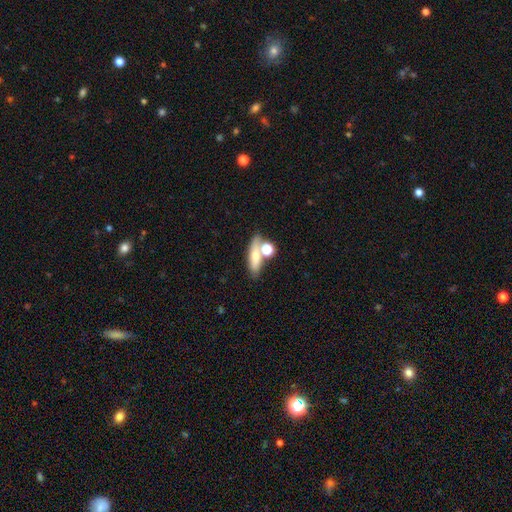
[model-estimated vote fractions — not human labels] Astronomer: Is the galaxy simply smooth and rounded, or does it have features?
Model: smooth — 63%.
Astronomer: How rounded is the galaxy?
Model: in between — 50% (runner-up: cigar-shaped, 34%).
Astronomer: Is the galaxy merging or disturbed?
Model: none — 50% (runner-up: merger, 31%).